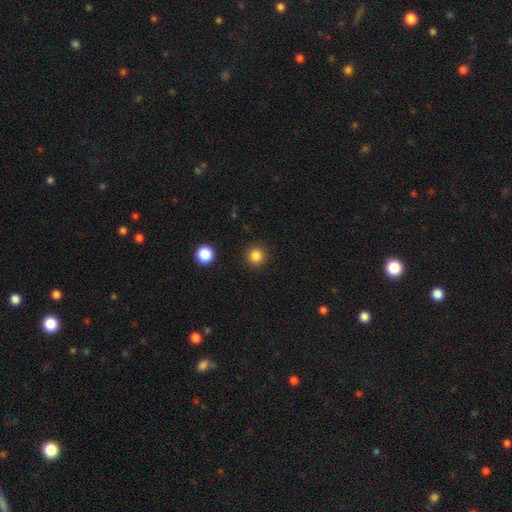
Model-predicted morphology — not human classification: A smooth galaxy with no disk features (83%) that is round (95%).

Vote fractions:
- Smooth or featured? smooth: 83% / star or artifact: 13% / featured or disk: 4%
- How rounded? round: 95% / in between: 4% / cigar-shaped: 1%
- Merging? none: 91% / minor disturbance: 5% / major disturbance: 2% / merger: 1%